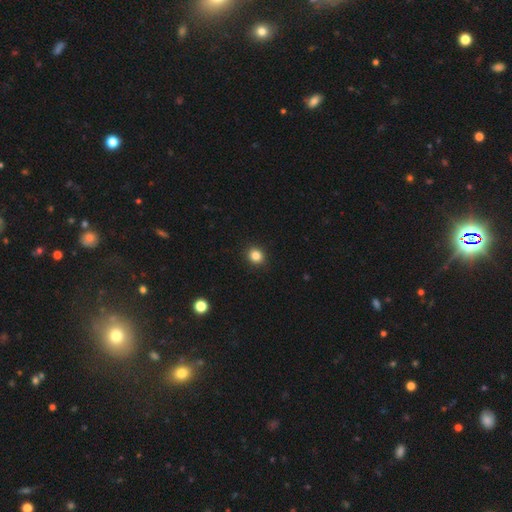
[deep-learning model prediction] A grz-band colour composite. It shows a smooth galaxy with no disk features (85%) that is round (84%). Merging: none (92%).